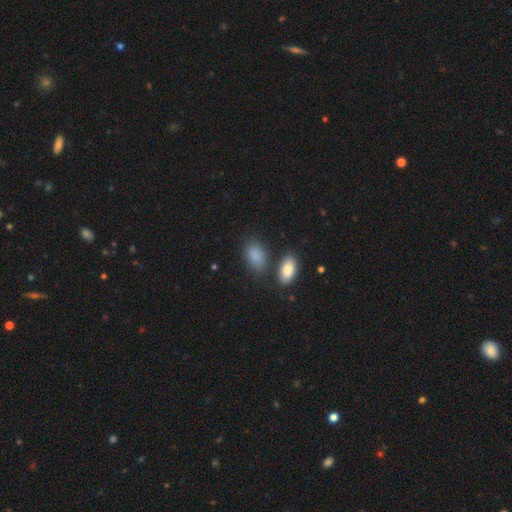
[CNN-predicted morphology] smooth_or_featured: smooth (p=0.87) [alt: star or artifact p=0.08]
how_rounded: in between (p=0.91) [alt: round p=0.07]
merging: none (p=0.69) [alt: minor disturbance p=0.15]